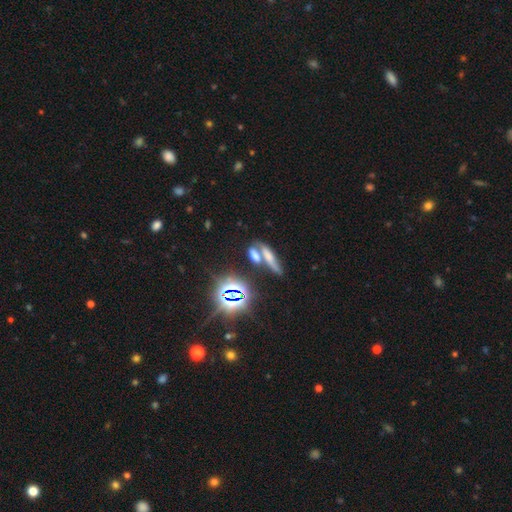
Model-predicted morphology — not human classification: Smooth or featured?
  - smooth: 54% *
  - star or artifact: 28%
  - featured or disk: 19%
How rounded?
  - cigar-shaped: 45% *
  - in between: 41%
  - round: 14%
Merging?
  - merger: 47% *
  - none: 37%
  - minor disturbance: 10%
  - major disturbance: 6%